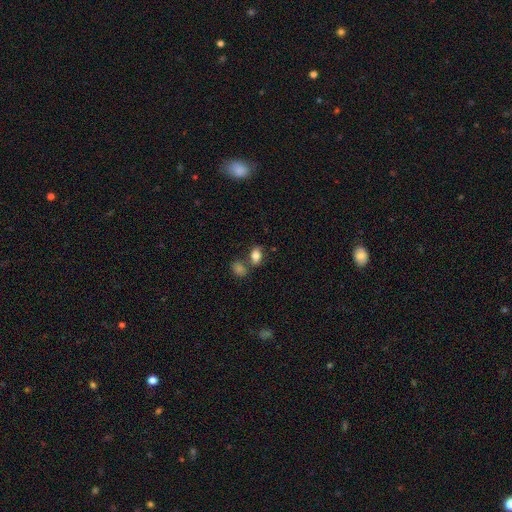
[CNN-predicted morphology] Overall: smooth (82%). How rounded: in between (83%). Merging: none (57%; merger 23%).